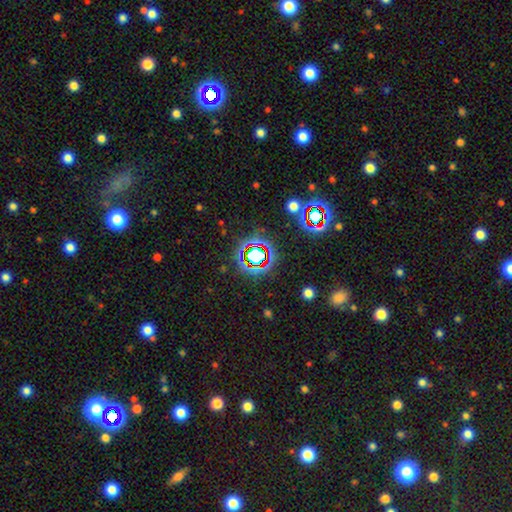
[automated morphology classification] Smooth or featured? Predicted: star or artifact (p=0.62).